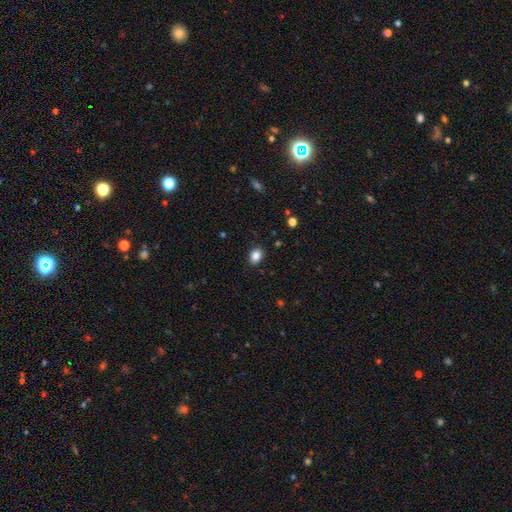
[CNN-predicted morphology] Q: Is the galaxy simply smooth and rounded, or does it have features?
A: smooth — 86%.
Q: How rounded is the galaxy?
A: in between — 61%.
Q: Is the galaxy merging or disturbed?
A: none — 89%.